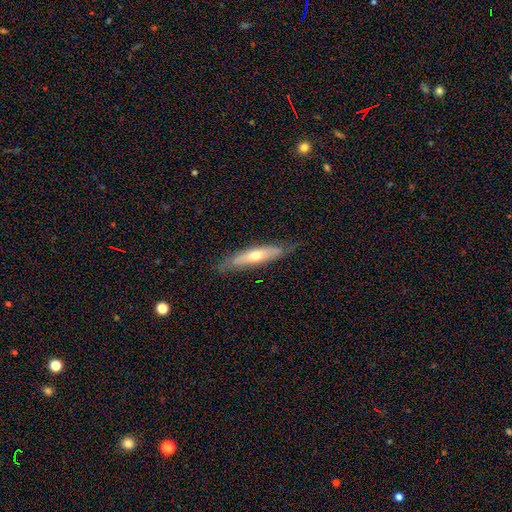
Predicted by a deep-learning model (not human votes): smooth-or-featured: featured or disk: 49% | smooth: 46% | star or artifact: 6%
  merging: none: 77% | minor disturbance: 18% | major disturbance: 4% | merger: 1%